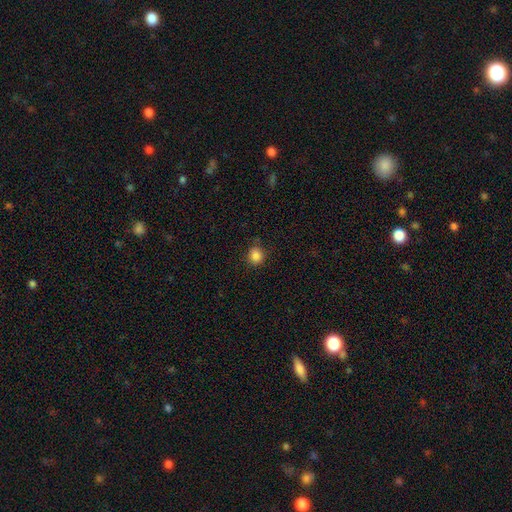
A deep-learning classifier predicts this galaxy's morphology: Smooth or featured?
  - smooth: 85% *
  - star or artifact: 11%
  - featured or disk: 4%
How rounded?
  - round: 83% *
  - in between: 16%
  - cigar-shaped: 1%
Merging?
  - none: 83% *
  - minor disturbance: 13%
  - major disturbance: 3%
  - merger: 1%